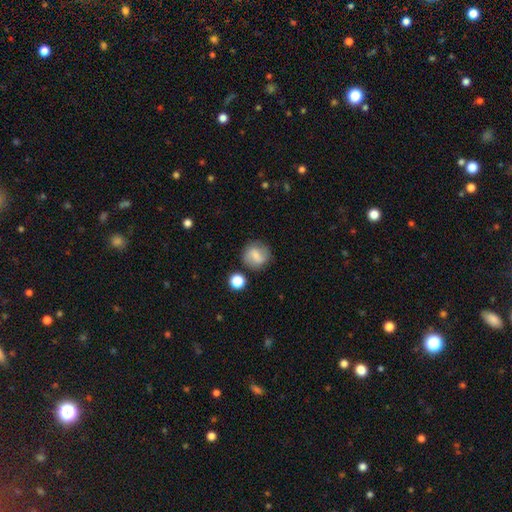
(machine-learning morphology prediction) Q: Smooth or featured?
A: smooth (69%); runner-up: featured or disk (21%)
Q: How rounded?
A: round (84%); runner-up: in between (15%)
Q: Merging?
A: none (73%); runner-up: minor disturbance (16%)